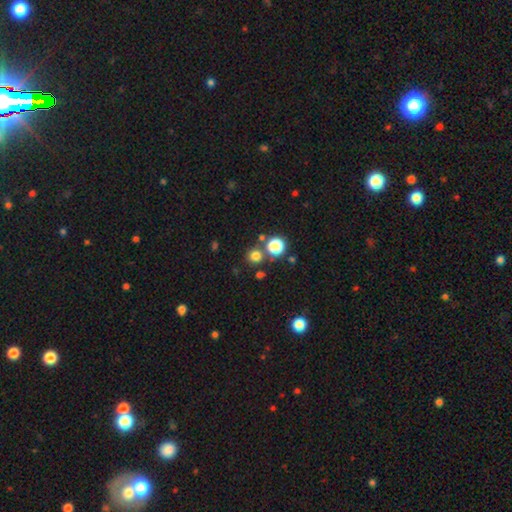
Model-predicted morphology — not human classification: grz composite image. It shows a smooth galaxy with no disk features (75%) that is round (92%). Merging: none (78%).